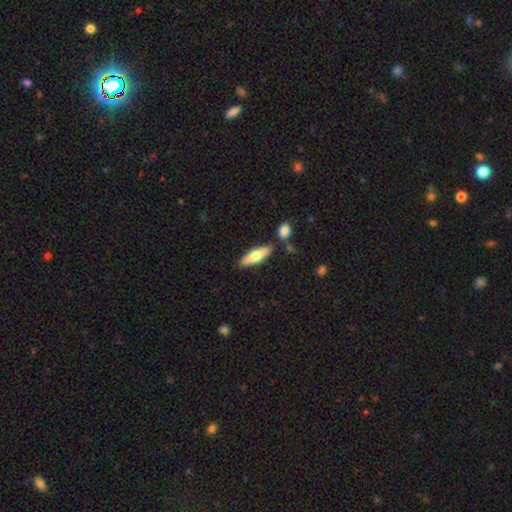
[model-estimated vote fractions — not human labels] Overall: smooth (63%; featured or disk 31%). How rounded: cigar-shaped (53%; in between 45%). Merging: none (80%).